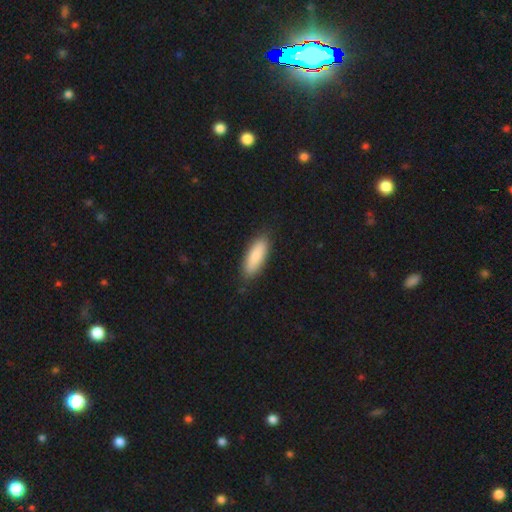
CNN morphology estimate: A smooth galaxy with no disk features (88%) that is in between round and cigar-shaped (58%). Merging: none (86%).